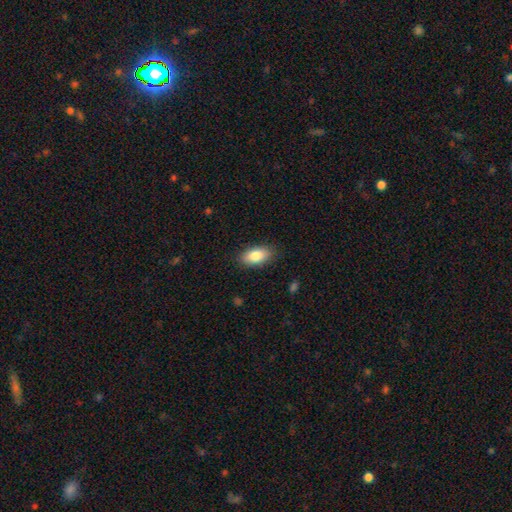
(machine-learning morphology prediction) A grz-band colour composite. It shows a smooth galaxy with no disk features (85%) that is in between round and cigar-shaped (91%). Merging: none (87%).